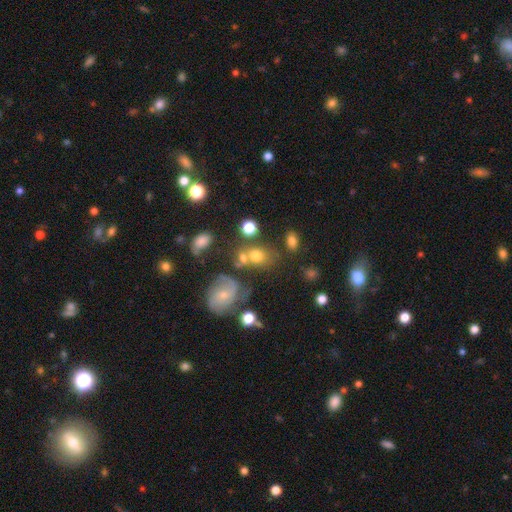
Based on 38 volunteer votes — Overall: smooth (63%; featured or disk 26%). How rounded: round (54%; in between 46%). Merging: merger (44%; none 32%).